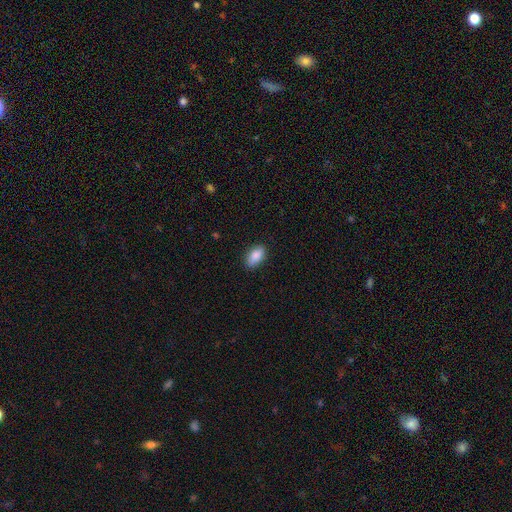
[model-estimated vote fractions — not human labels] This is clearly a smooth galaxy (87%). How rounded: clearly in between (91%). Merging: clearly none (86%).